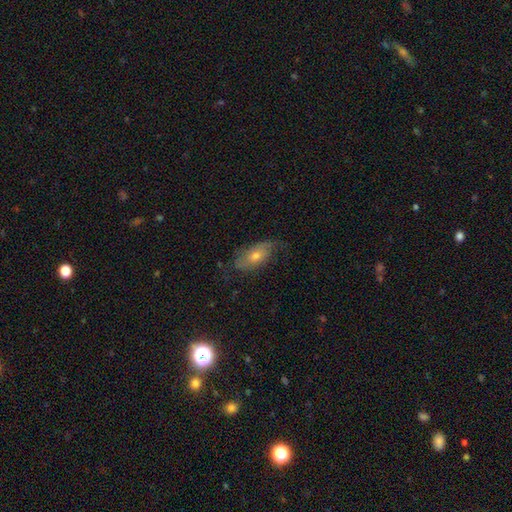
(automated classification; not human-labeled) Morphology: type=featured or disk (55%); edge-on=no (84%); merging=none (64%).